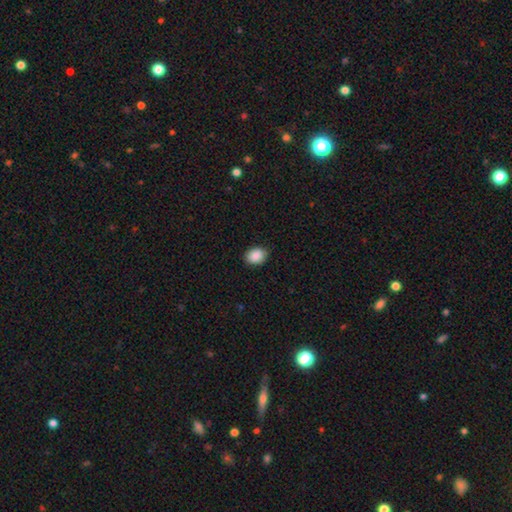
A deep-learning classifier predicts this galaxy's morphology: smooth_or_featured: smooth (p=0.90) [alt: star or artifact p=0.07]
how_rounded: in between (p=0.66) [alt: round p=0.33]
merging: none (p=0.87) [alt: minor disturbance p=0.10]